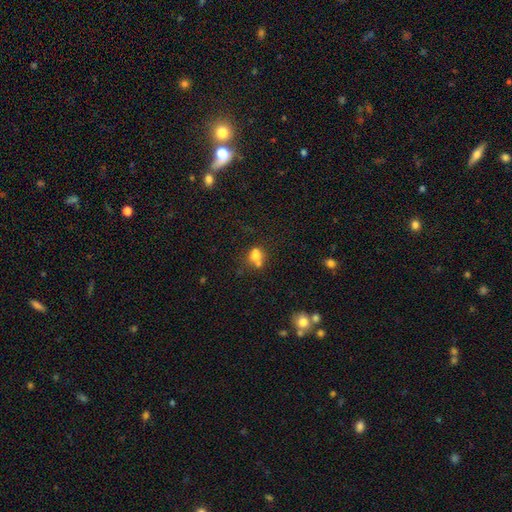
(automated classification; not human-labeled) This appears to be a smooth galaxy with no disk features (71%) that is round (55%). Merging: merger (42%).